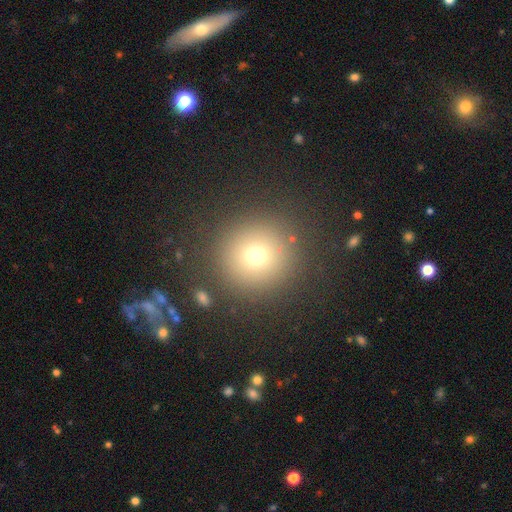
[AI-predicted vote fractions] A smooth galaxy with no disk features (71%) that is round (94%). Merging: none (87%).